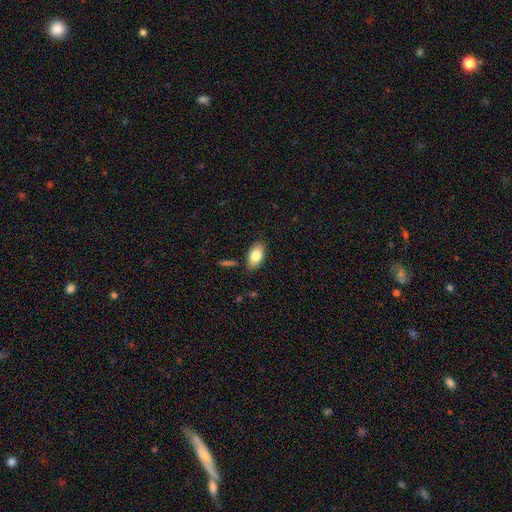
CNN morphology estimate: Smooth or featured?
  - smooth: 81% *
  - featured or disk: 13%
  - star or artifact: 7%
How rounded?
  - in between: 92% *
  - round: 5%
  - cigar-shaped: 3%
Merging?
  - none: 84% *
  - minor disturbance: 11%
  - merger: 3%
  - major disturbance: 2%